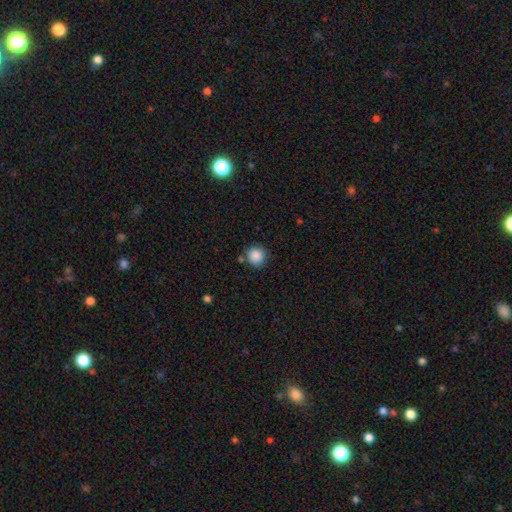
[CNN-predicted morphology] Smooth or featured?
  - smooth: 87% *
  - star or artifact: 9%
  - featured or disk: 4%
How rounded?
  - round: 92% *
  - in between: 7%
  - cigar-shaped: 1%
Merging?
  - none: 80% *
  - minor disturbance: 11%
  - merger: 6%
  - major disturbance: 3%